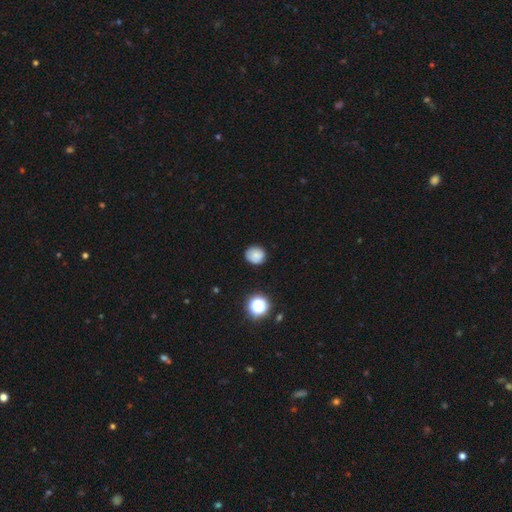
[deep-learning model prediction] Smooth or featured: smooth — 79% (star or artifact — 11%)
How rounded: round — 84% (in between — 15%)
Merging: none — 82% (minor disturbance — 14%)